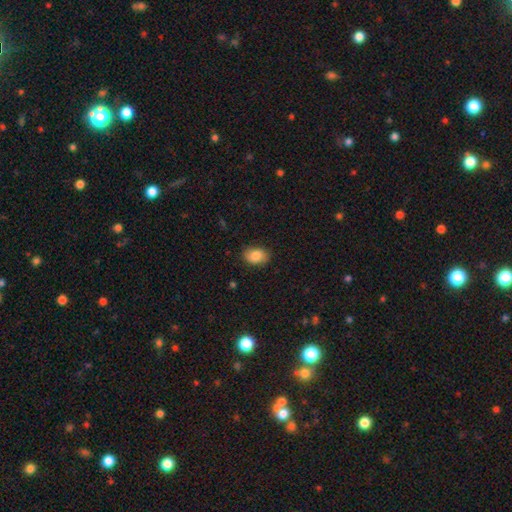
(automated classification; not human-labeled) Overall: smooth (85%). How rounded: in between (83%). Merging: none (84%).